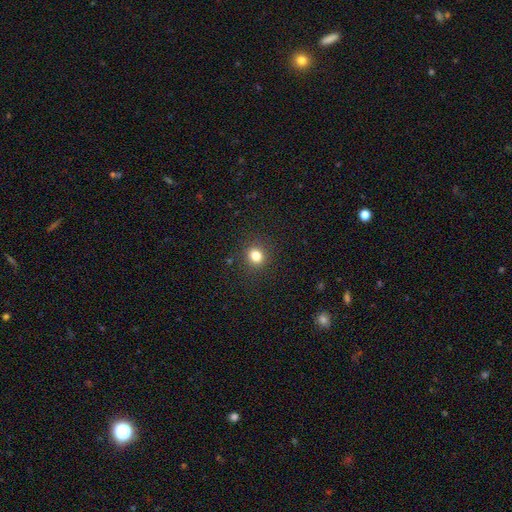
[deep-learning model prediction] Smooth or featured?
  - smooth: 81% *
  - star or artifact: 13%
  - featured or disk: 6%
How rounded?
  - round: 75% *
  - in between: 24%
  - cigar-shaped: 1%
Merging?
  - none: 89% *
  - minor disturbance: 8%
  - major disturbance: 3%
  - merger: 1%